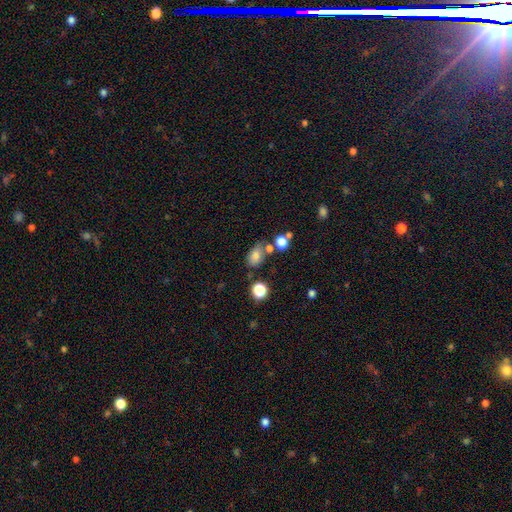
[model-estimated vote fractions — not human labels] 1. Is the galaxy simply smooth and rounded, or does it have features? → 78% smooth, 13% star or artifact, 10% featured or disk.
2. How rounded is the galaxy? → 81% in between, 17% round, 2% cigar-shaped.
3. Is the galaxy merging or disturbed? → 60% none, 19% minor disturbance, 15% merger, 7% major disturbance.